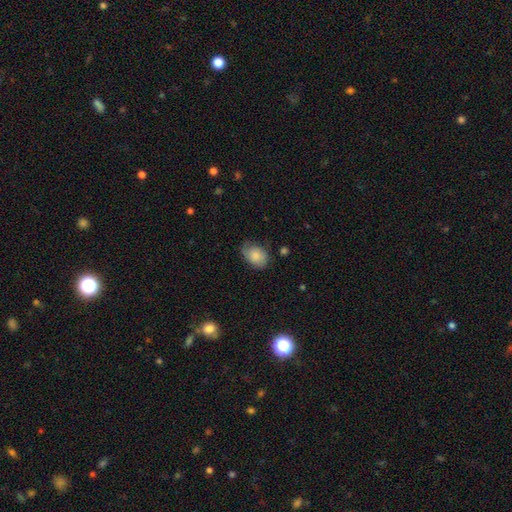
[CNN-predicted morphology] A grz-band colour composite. It shows a smooth galaxy with no disk features (77%) that is in between round and cigar-shaped (76%). Merging: none (60%).